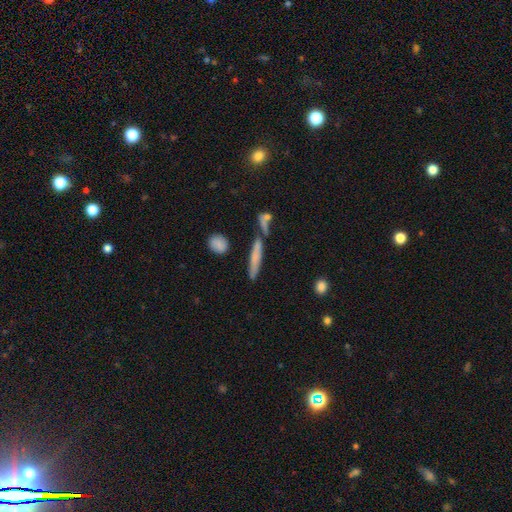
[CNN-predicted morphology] This appears to be a smooth galaxy with no disk features (59%) that is cigar-shaped (88%). Merging: none (66%).